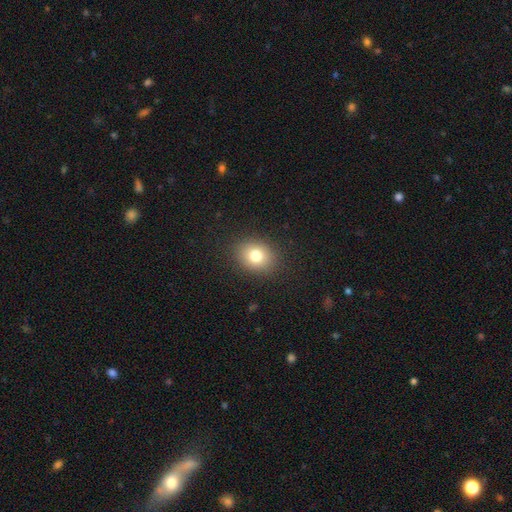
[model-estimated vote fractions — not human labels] Morphology: type=smooth (79%); roundness=round (59%); merging=none (88%).